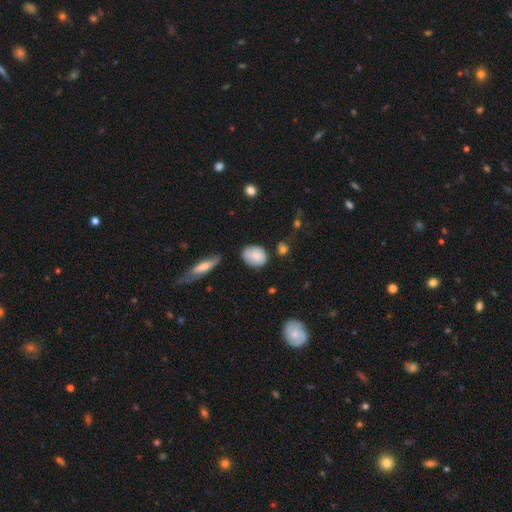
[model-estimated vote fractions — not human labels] Smooth or featured? smooth (84%)
How rounded? in between (70%)
Merging? none (66%)